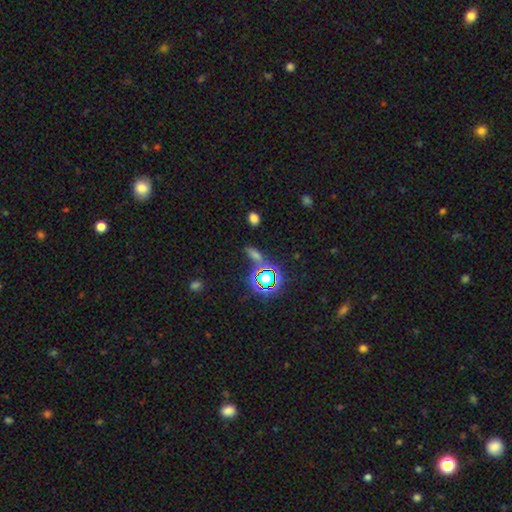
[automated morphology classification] type=star or artifact (48%).